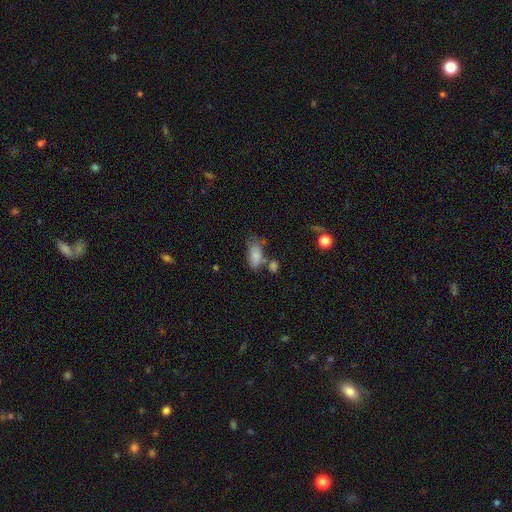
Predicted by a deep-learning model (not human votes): Smooth or featured?
  - smooth: 82% *
  - featured or disk: 10%
  - star or artifact: 8%
How rounded?
  - in between: 89% *
  - cigar-shaped: 6%
  - round: 4%
Merging?
  - none: 44% *
  - minor disturbance: 24%
  - merger: 20%
  - major disturbance: 12%